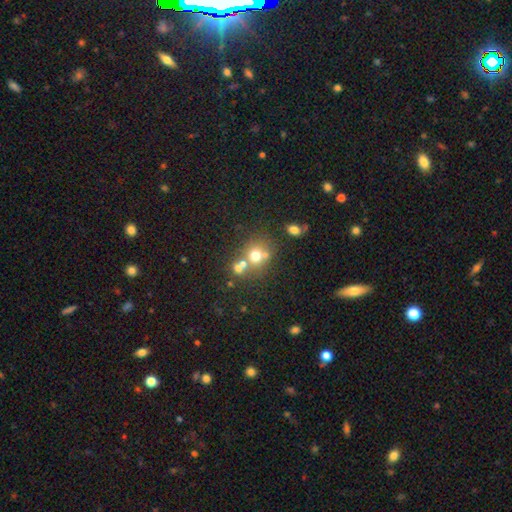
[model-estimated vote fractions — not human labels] Smooth or featured?
  - smooth: 65% *
  - featured or disk: 19%
  - star or artifact: 17%
How rounded?
  - round: 80% *
  - in between: 19%
  - cigar-shaped: 1%
Merging?
  - none: 50% *
  - merger: 36%
  - minor disturbance: 9%
  - major disturbance: 5%